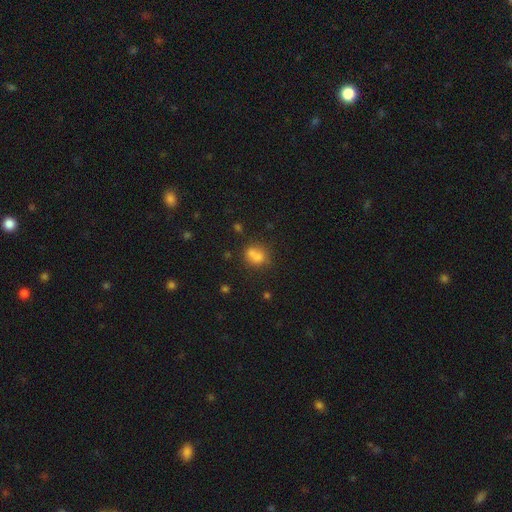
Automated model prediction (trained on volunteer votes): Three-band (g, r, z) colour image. It shows a smooth galaxy with no disk features (71%) that is round (64%). Merging: merger (47%).